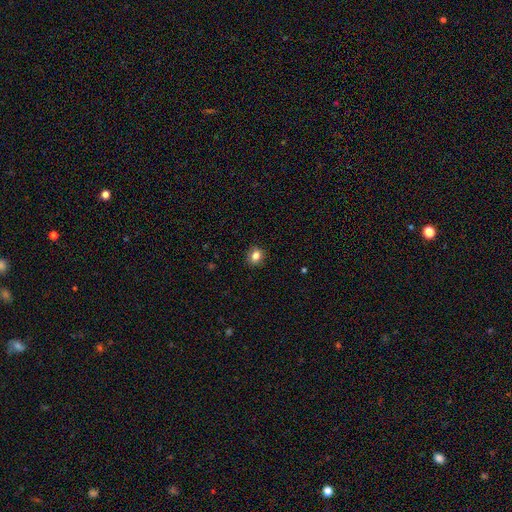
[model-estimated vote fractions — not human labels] Smooth or featured? smooth (83%)
How rounded? round (63%)
Merging? none (88%)